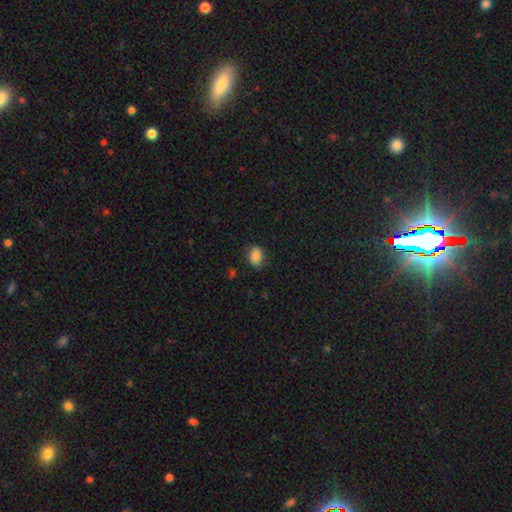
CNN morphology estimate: Smooth or featured? Predicted: smooth (p=0.85). How rounded? Predicted: in between (p=0.75). Merging? Predicted: none (p=0.73).